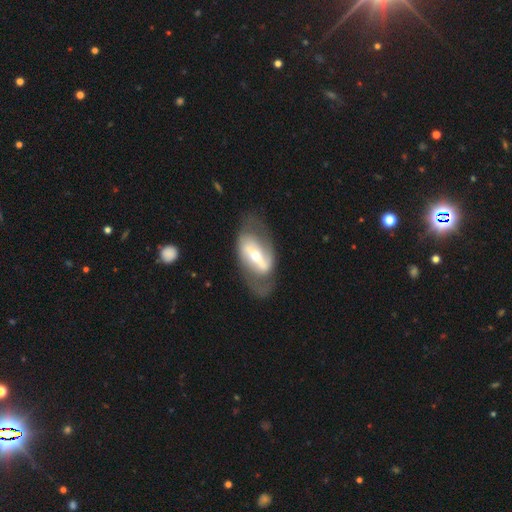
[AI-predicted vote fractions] The model was most divided on "bulge size": moderate: 47%, small: 46%, large: 5%, dominant: 1%, none: 1%. More confident: edge-on disk — no (89%); smooth or featured — featured or disk (77%); bar — strong (67%); spiral arms — yes (65%); merging — none (62%).